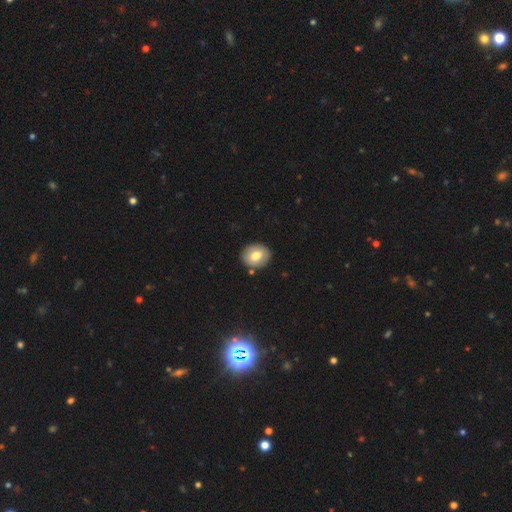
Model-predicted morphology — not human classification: This is likely a smooth galaxy (73%). How rounded: possibly round (56%). Merging: clearly none (86%).